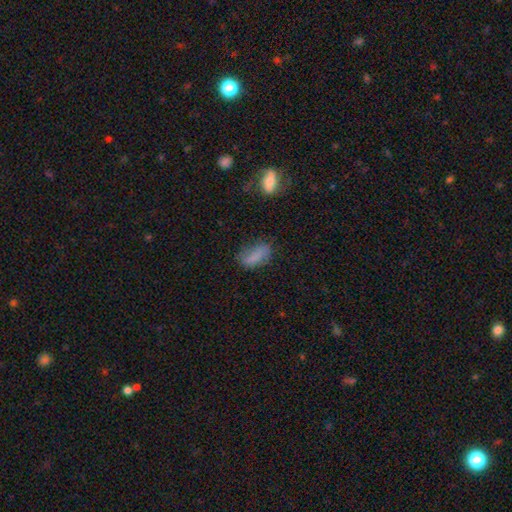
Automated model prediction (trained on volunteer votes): This is likely a smooth galaxy (72%). How rounded: clearly in between (82%). Merging: possibly none (55%).